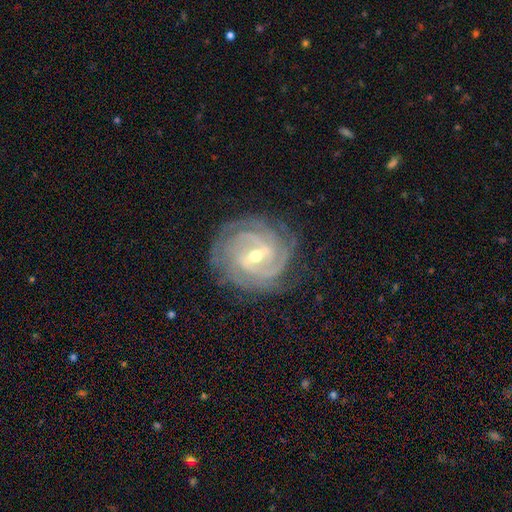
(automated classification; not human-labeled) The model was most divided on "bar": strong: 49%, weak: 41%, no: 10%. Remaining: spiral arms — yes (98%); edge-on disk — no (96%); smooth or featured — featured or disk (91%); merging — none (79%); spiral winding — tight (72%); bulge size — moderate (52%); spiral arm count — 3 (29%).